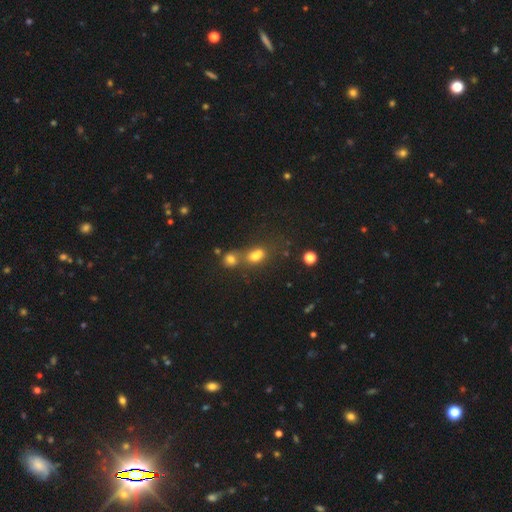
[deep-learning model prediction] This appears to be a smooth galaxy with no disk features (69%) that is in between round and cigar-shaped (61%). Merging: merger (59%).